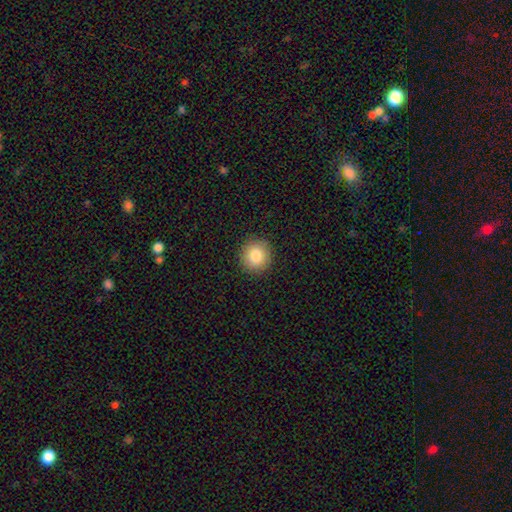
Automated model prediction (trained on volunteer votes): Q: Smooth or featured?
A: smooth (82%); runner-up: star or artifact (9%)
Q: How rounded?
A: round (93%); runner-up: in between (6%)
Q: Merging?
A: none (92%); runner-up: minor disturbance (6%)